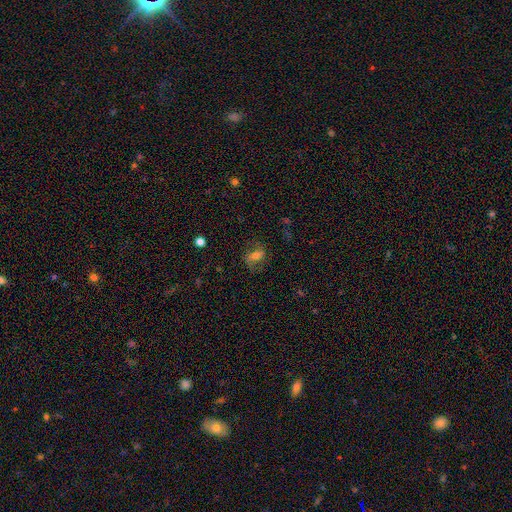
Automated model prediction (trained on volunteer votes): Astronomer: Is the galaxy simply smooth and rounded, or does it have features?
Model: featured or disk — 47% (runner-up: smooth, 41%).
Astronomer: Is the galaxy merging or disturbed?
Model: none — 70%.